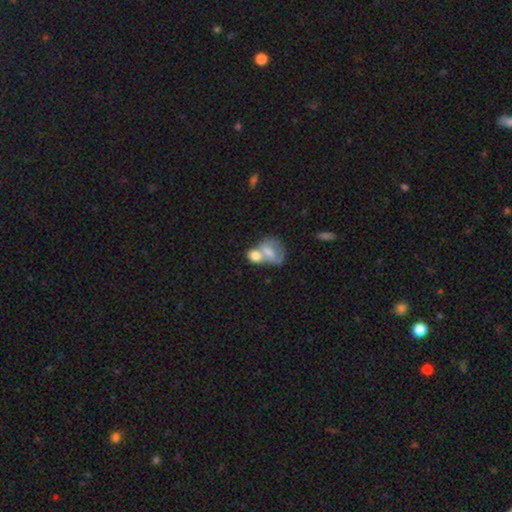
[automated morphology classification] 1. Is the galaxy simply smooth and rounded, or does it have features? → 67% smooth, 25% featured or disk, 9% star or artifact.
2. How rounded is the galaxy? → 57% in between, 41% round, 2% cigar-shaped.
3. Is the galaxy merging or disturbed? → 65% merger, 19% none, 9% minor disturbance, 7% major disturbance.